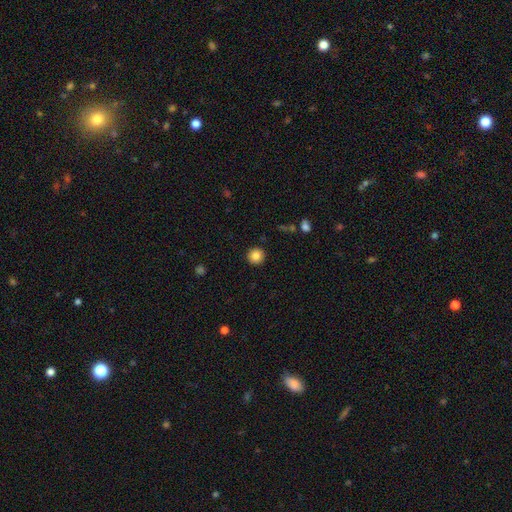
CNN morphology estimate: The model was most divided on "smooth or featured": smooth: 84%, star or artifact: 10%, featured or disk: 6%. More confident: how rounded — round (94%); merging — none (92%).